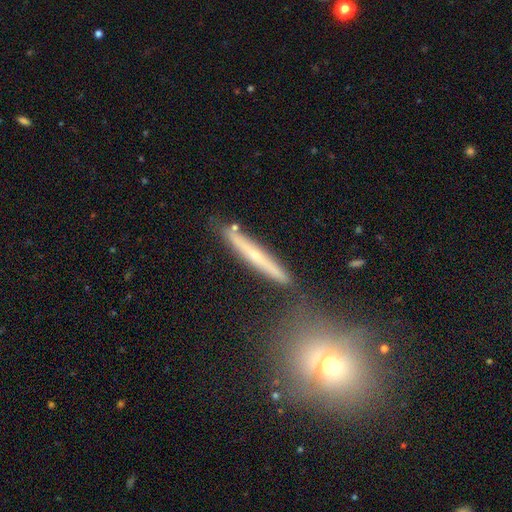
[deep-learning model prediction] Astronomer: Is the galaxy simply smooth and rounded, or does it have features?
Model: featured or disk — 55% (runner-up: smooth, 38%).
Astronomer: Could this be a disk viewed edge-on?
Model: yes — 92%.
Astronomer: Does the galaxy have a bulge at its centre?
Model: rounded — 52% (runner-up: none, 44%).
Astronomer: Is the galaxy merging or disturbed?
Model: none — 82%.